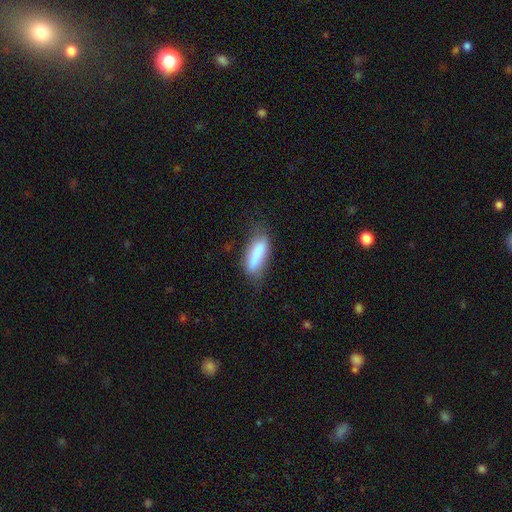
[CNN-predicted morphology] This appears to be a smooth galaxy with no disk features (78%) that is cigar-shaped (50%). Merging: none (61%).